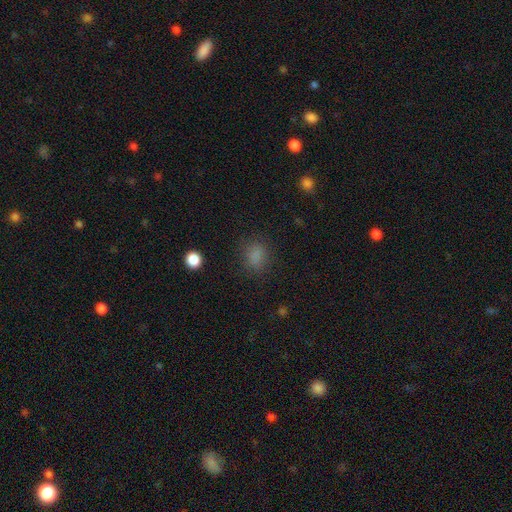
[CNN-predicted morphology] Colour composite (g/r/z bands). It shows a smooth galaxy with no disk features (81%) that is in between round and cigar-shaped (51%). Merging: none (80%).